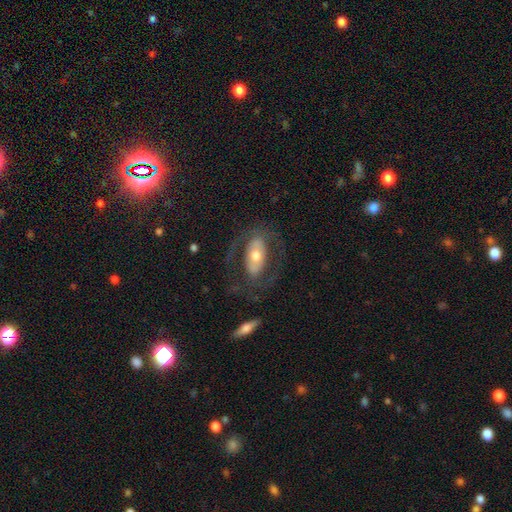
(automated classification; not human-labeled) Overall: featured or disk (61%; smooth 33%). Edge-on disk: no (90%). Bar: no (48%; strong 27%). Spiral arms: no (53%; yes 47%). Bulge size: moderate (65%). Merging: none (66%).